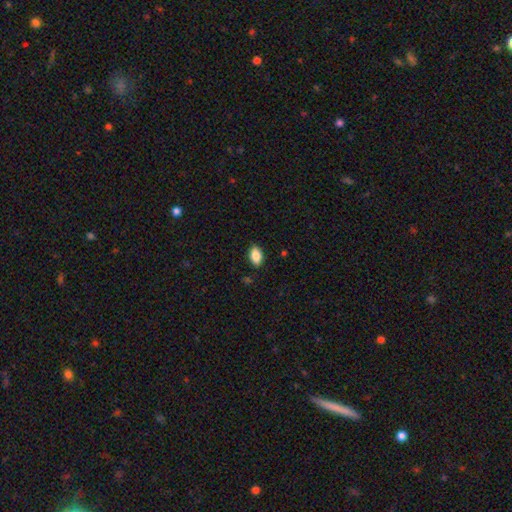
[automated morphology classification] The model was most divided on "merging": none: 86%, minor disturbance: 10%, major disturbance: 2%, merger: 1%. More confident: how rounded — in between (92%); smooth or featured — smooth (85%).